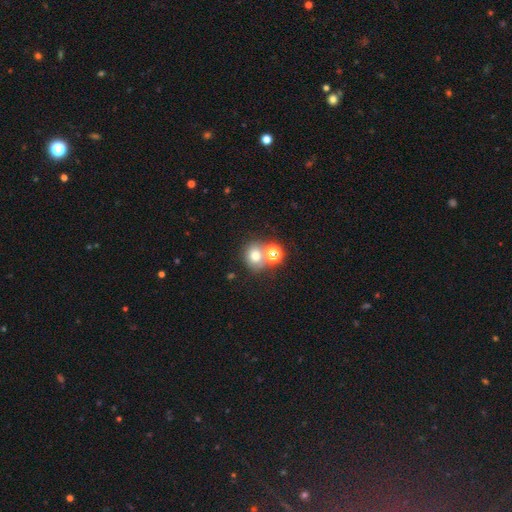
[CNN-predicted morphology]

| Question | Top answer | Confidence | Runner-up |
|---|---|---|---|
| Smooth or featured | smooth | 71% | star or artifact (17%) |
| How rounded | round | 71% | in between (28%) |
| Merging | none | 54% | merger (32%) |